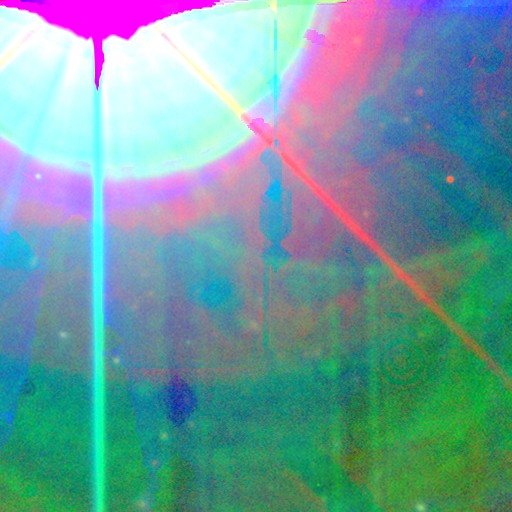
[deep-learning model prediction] This is clearly a star or artifact rather than a galaxy (84%).